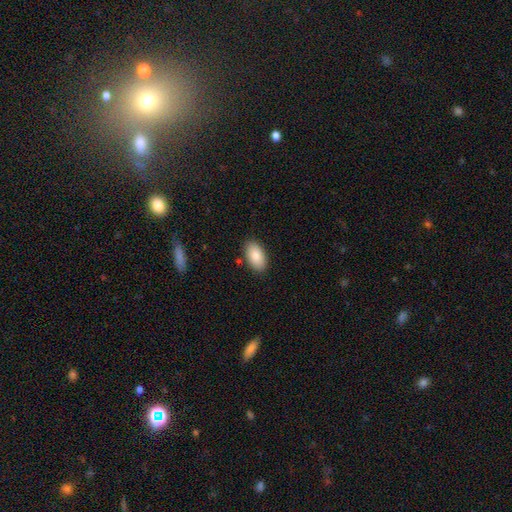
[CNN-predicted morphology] A smooth galaxy with no disk features (87%) that is in between round and cigar-shaped (95%). Merging: none (87%).